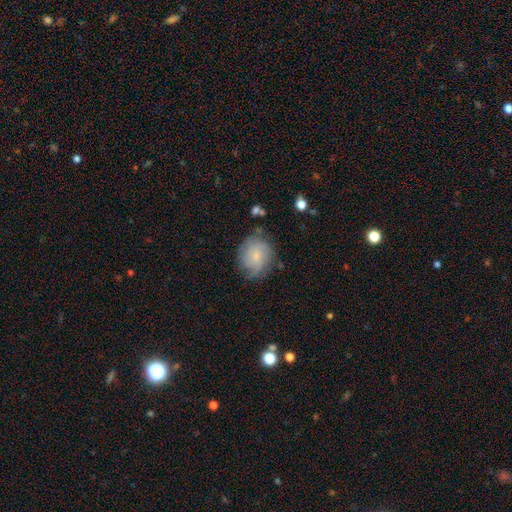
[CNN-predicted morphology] Smooth or featured: smooth — 46% (tied with featured or disk — 46%)
Merging: none — 67% (minor disturbance — 23%)